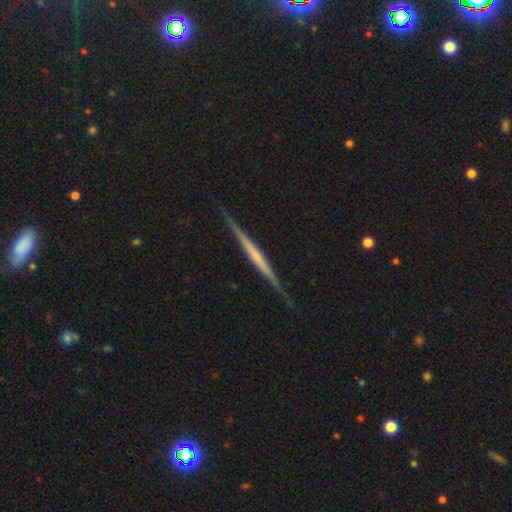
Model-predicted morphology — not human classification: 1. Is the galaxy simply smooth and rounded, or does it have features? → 72% featured or disk, 23% smooth, 5% star or artifact.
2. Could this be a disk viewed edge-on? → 98% yes, 2% no.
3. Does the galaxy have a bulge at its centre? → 69% none, 18% rounded, 12% boxy.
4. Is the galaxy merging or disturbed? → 89% none, 8% minor disturbance, 2% major disturbance, 1% merger.